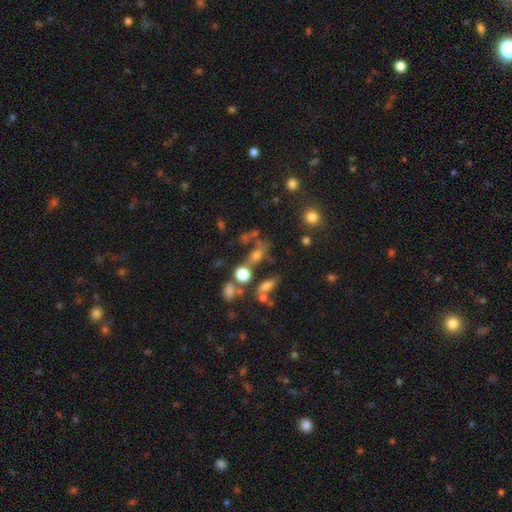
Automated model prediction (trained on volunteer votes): A smooth galaxy with no disk features (49%).

Vote fractions:
- Smooth or featured? smooth: 49% / star or artifact: 28% / featured or disk: 23%
- Merging? none: 48% / merger: 25% / minor disturbance: 14% / major disturbance: 12%